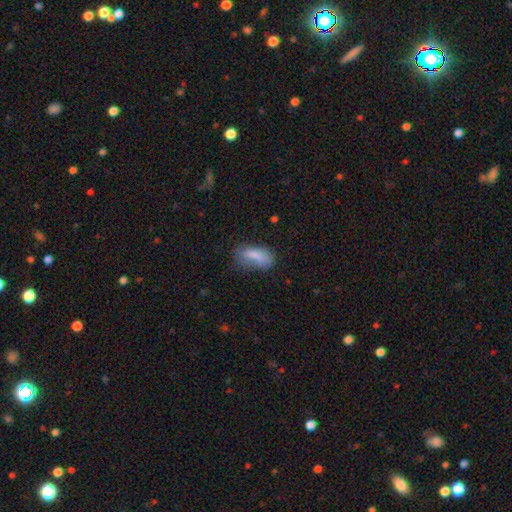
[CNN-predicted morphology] This appears to be a smooth galaxy with no disk features (77%) that is in between round and cigar-shaped (85%). Merging: none (45%).